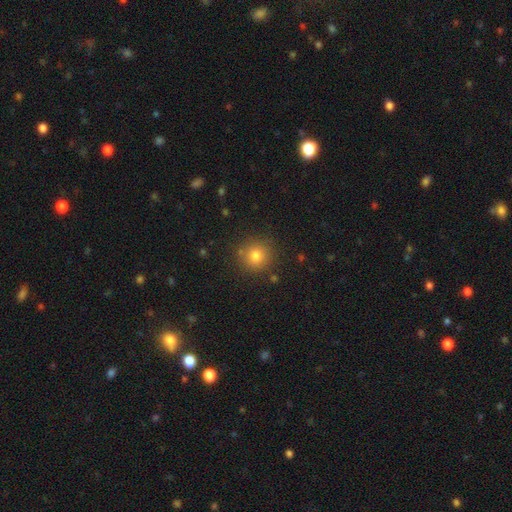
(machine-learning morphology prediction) Smooth or featured? Predicted: smooth (p=0.79). How rounded? Predicted: round (p=0.92). Merging? Predicted: none (p=0.86).